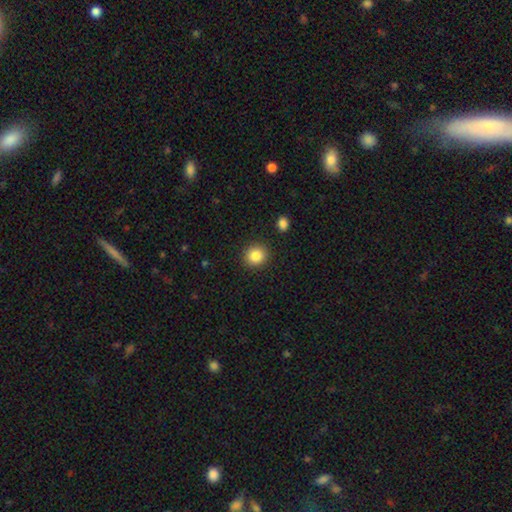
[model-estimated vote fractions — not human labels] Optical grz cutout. It shows a smooth galaxy with no disk features (85%) that is round (89%). Merging: none (90%).